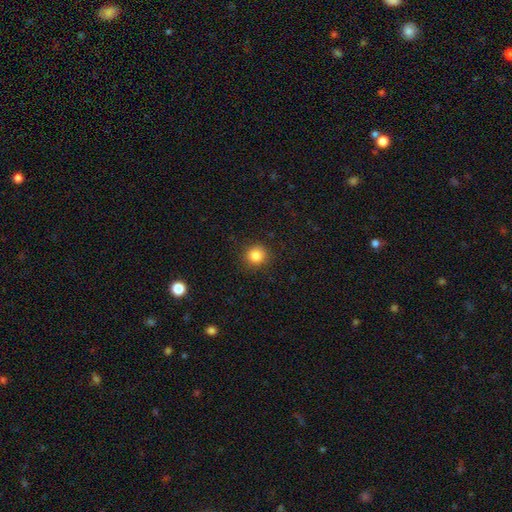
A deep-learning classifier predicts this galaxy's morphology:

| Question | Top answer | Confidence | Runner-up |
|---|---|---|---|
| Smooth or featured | smooth | 84% | star or artifact (11%) |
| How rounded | round | 91% | in between (8%) |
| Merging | none | 90% | minor disturbance (7%) |